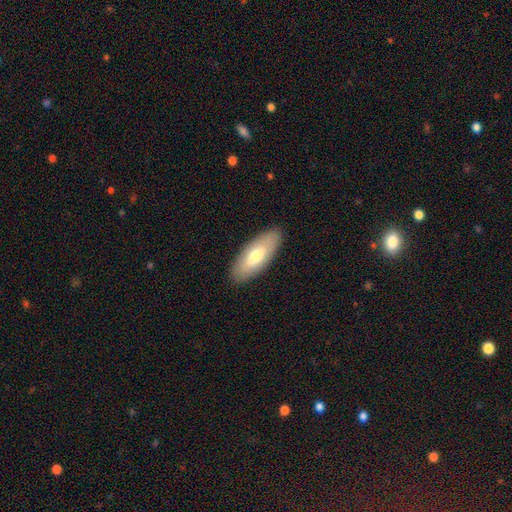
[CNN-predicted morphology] A smooth galaxy with no disk features (68%) that is in between round and cigar-shaped (77%).

Vote fractions:
- Smooth or featured? smooth: 68% / featured or disk: 27% / star or artifact: 5%
- How rounded? in between: 77% / cigar-shaped: 21% / round: 2%
- Merging? none: 89% / minor disturbance: 8% / major disturbance: 2% / merger: 1%